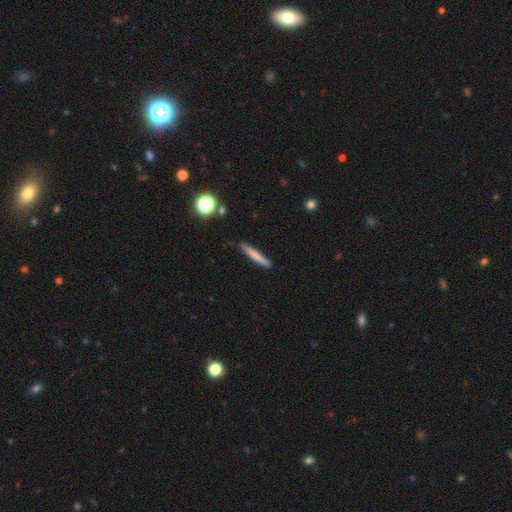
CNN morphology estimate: Smooth or featured? smooth (74%)
How rounded? cigar-shaped (95%)
Merging? none (87%)